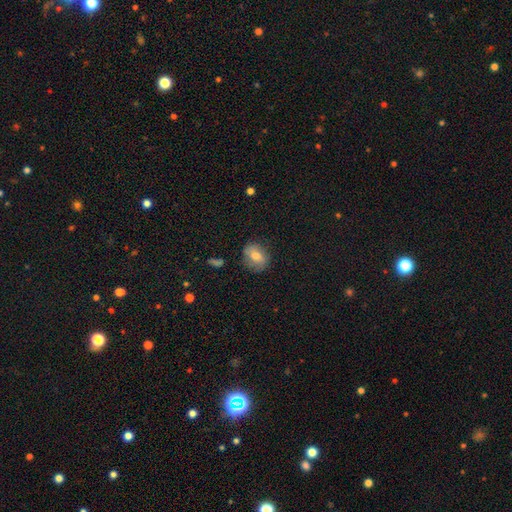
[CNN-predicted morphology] This is likely a smooth galaxy (67%). How rounded: possibly round (55%). Merging: likely none (77%).